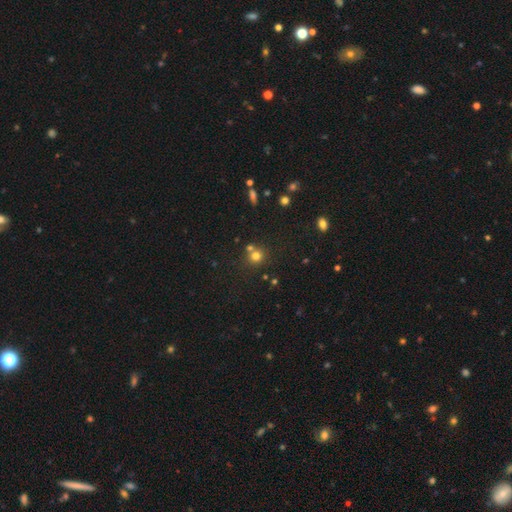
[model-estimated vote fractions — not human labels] smooth_or_featured: smooth (p=0.73) [alt: star or artifact p=0.18]
how_rounded: round (p=0.89) [alt: in between p=0.10]
merging: none (p=0.63) [alt: merger p=0.26]